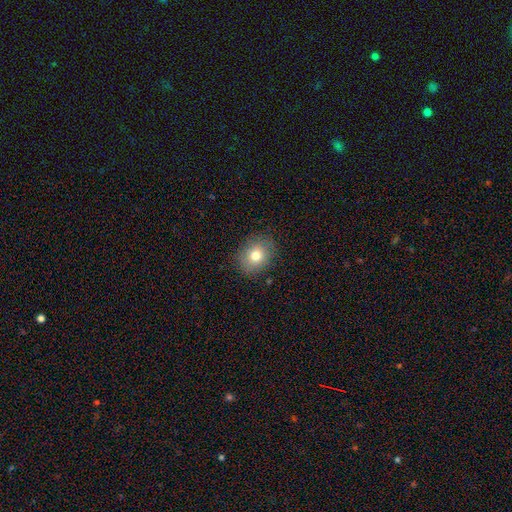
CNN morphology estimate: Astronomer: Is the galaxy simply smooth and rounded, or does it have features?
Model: smooth — 77%.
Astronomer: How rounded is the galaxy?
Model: round — 58% (runner-up: in between, 41%).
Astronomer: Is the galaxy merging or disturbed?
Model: none — 87%.